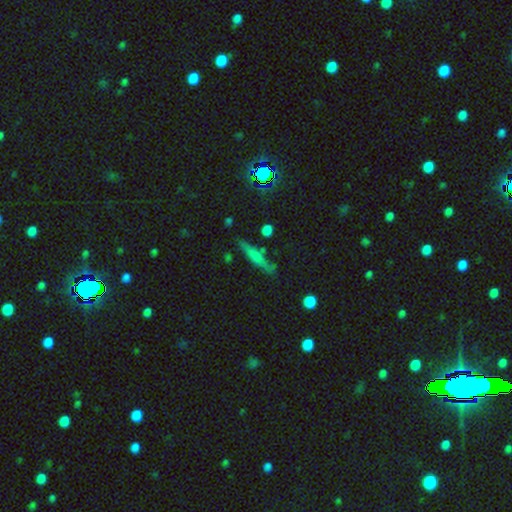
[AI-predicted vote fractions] Smooth or featured? Predicted: smooth (p=0.47). Merging? Predicted: none (p=0.79).